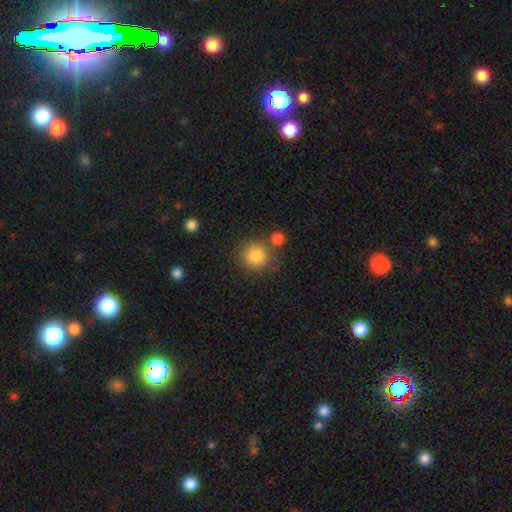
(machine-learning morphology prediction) type=smooth (85%); roundness=round (89%); merging=none (70%).